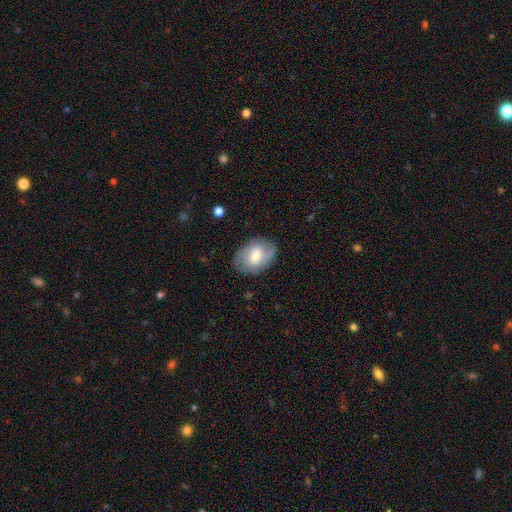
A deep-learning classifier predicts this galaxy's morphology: Overall: smooth (53%; featured or disk 40%). How rounded: in between (78%). Merging: none (78%).